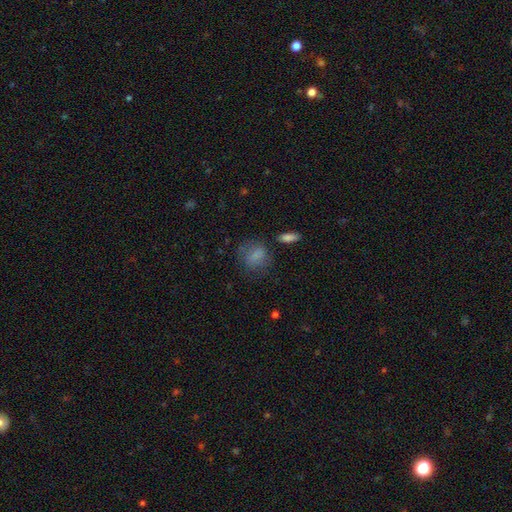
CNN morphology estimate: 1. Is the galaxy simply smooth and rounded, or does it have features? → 75% smooth, 14% featured or disk, 11% star or artifact.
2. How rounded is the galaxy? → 52% round, 46% in between, 3% cigar-shaped.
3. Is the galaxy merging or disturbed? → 62% none, 22% minor disturbance, 12% major disturbance, 4% merger.